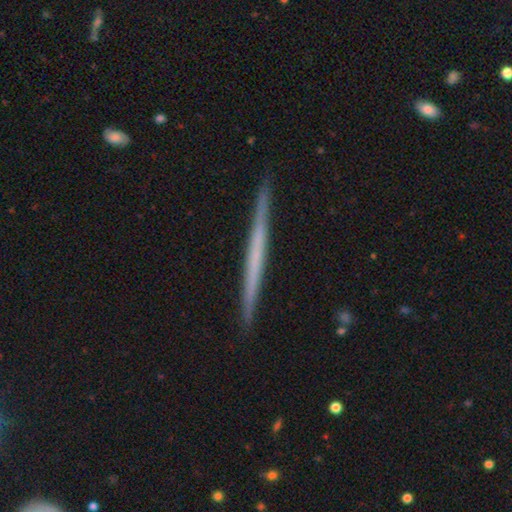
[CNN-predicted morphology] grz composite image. It shows a featured or disk galaxy (56%) viewed edge-on (98%) with no central bulge (92%). Merging: none (92%).